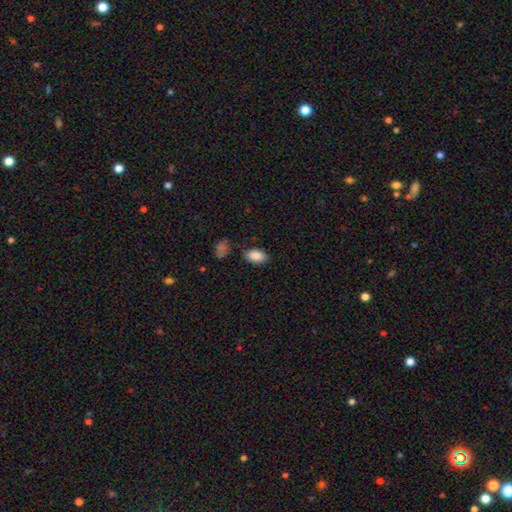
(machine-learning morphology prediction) smooth 88%, star or artifact 7%, featured or disk 5%. Down the decision tree: how rounded — in between (93%); merging — none (81%).